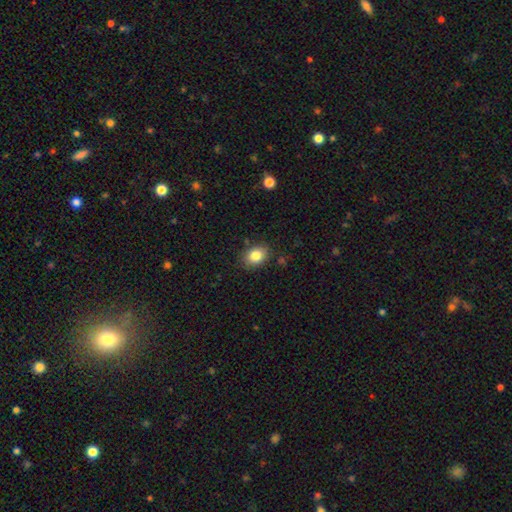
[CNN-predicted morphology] type=smooth (84%); roundness=in between (61%); merging=none (84%).